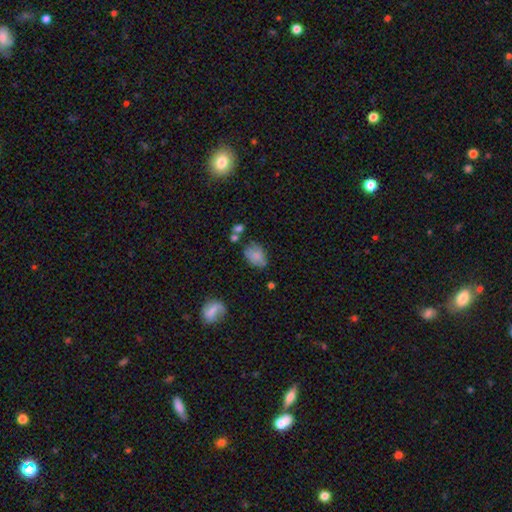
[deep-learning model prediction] smooth_or_featured: smooth (p=0.77) [alt: featured or disk p=0.14]
how_rounded: in between (p=0.81) [alt: round p=0.17]
merging: none (p=0.53) [alt: minor disturbance p=0.30]